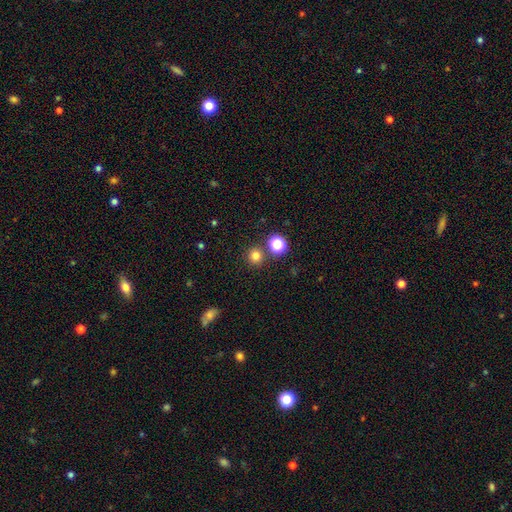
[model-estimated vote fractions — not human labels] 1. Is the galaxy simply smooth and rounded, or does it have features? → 78% smooth, 17% star or artifact, 5% featured or disk.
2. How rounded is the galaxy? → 92% round, 7% in between, 1% cigar-shaped.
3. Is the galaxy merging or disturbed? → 83% none, 8% merger, 6% minor disturbance, 2% major disturbance.